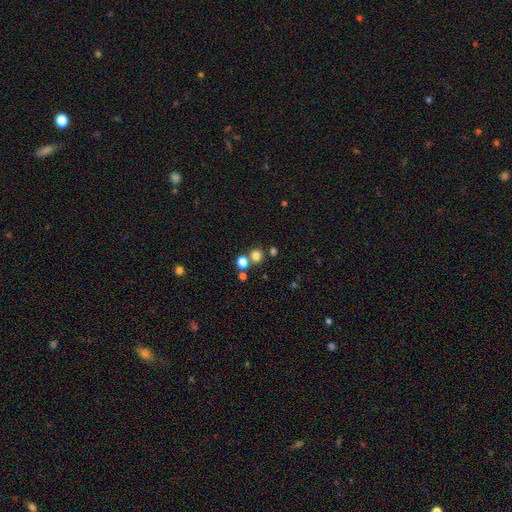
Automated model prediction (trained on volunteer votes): The model was most divided on "merging": none: 70%, merger: 20%, minor disturbance: 7%, major disturbance: 3%. More confident: how rounded — round (86%); smooth or featured — smooth (78%).